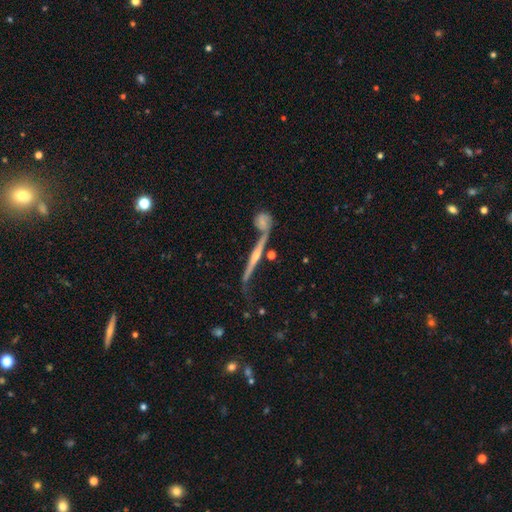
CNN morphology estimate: This is clearly a featured or disk galaxy (82%). It is clearly viewed edge-on (91%). Edge-on bulge: likely rounded (74%). Merging: possibly none (58%).